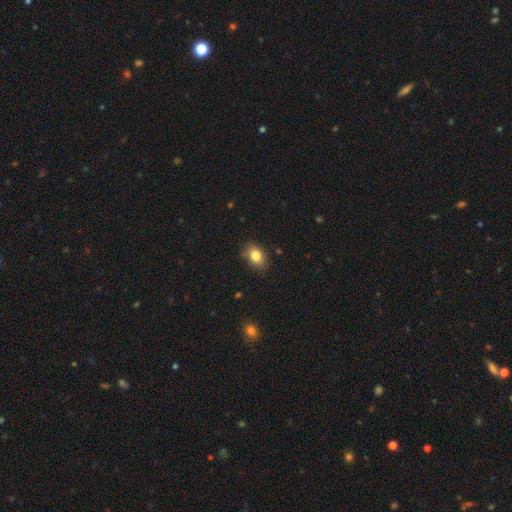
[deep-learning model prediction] A smooth galaxy with no disk features (84%) that is in between round and cigar-shaped (73%). Merging: none (81%).